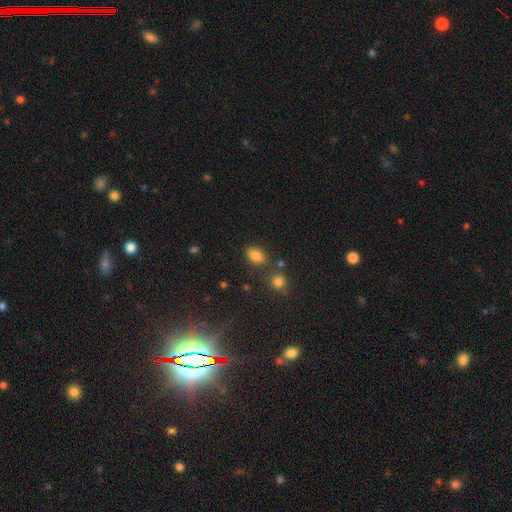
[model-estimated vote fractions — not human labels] Overall: smooth (83%). How rounded: in between (85%). Merging: none (75%).